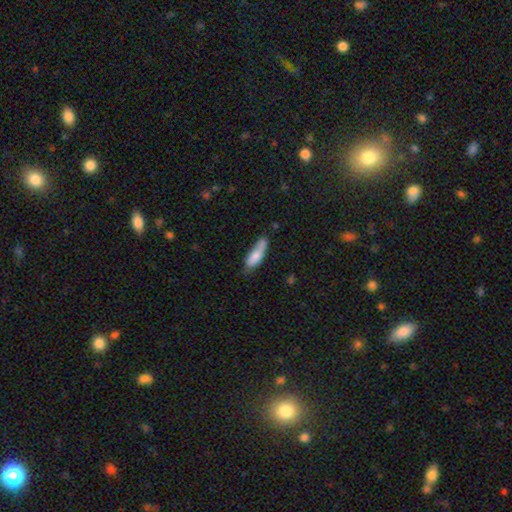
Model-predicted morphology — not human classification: Smooth or featured? smooth (77%)
How rounded? cigar-shaped (50%)
Merging? none (55%)